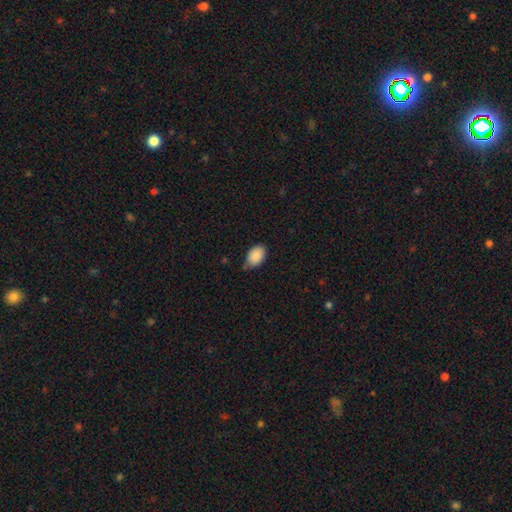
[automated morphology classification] Overall: smooth (90%). How rounded: in between (88%). Merging: none (72%).